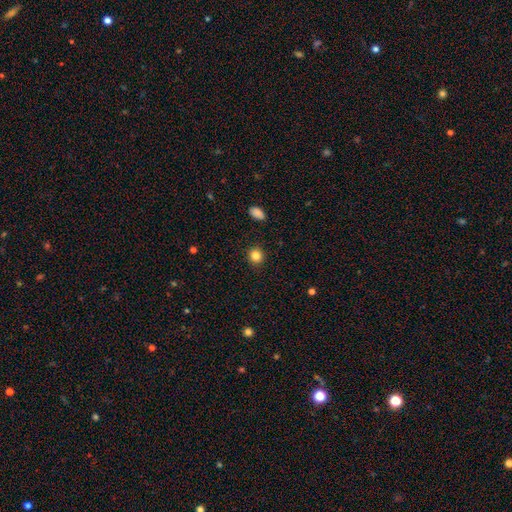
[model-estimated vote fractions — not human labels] Morphology: type=smooth (84%); roundness=round (87%); merging=none (91%).